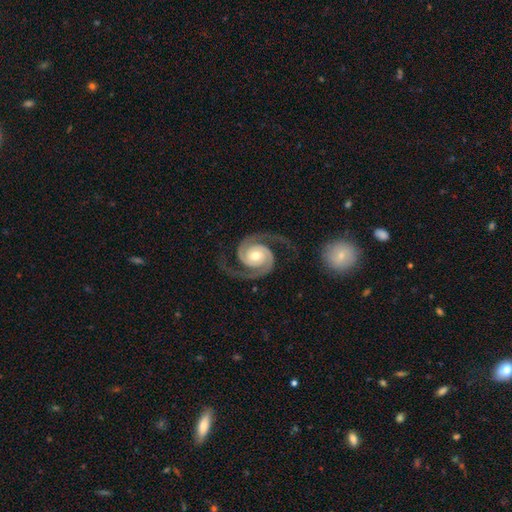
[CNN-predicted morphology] type=featured or disk (94%); edge-on=no (98%); bar=no (70%); spiral arms=yes (99%); winding=medium (46%); arm count=2 (94%); bulge=moderate (65%); merging=none (80%).